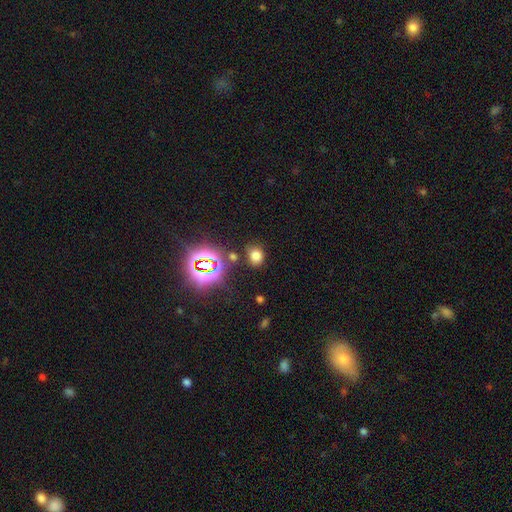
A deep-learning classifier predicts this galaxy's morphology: type=smooth (68%); roundness=round (63%); merging=none (78%).